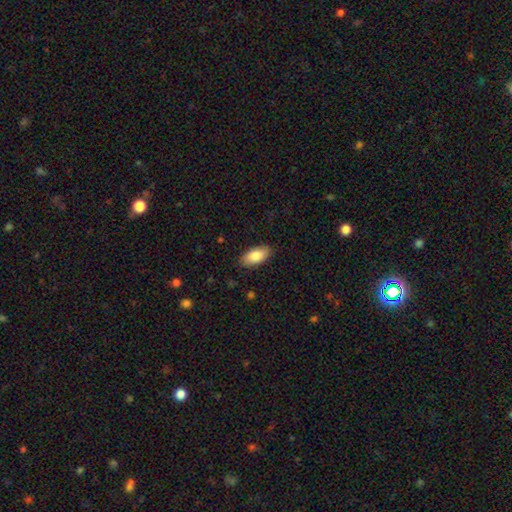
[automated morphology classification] Smooth or featured? Predicted: smooth (p=0.85). How rounded? Predicted: in between (p=0.92). Merging? Predicted: none (p=0.87).